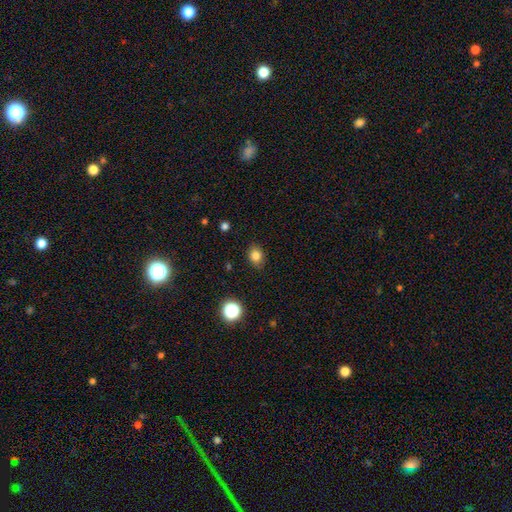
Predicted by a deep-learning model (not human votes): smooth 82%, star or artifact 12%, featured or disk 6%. Down the decision tree: how rounded — in between (51%); merging — none (85%).